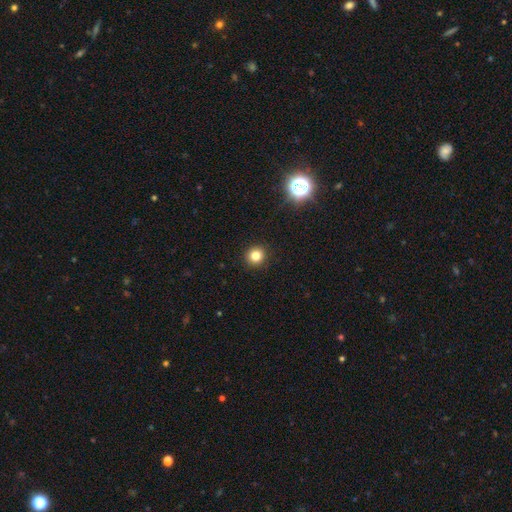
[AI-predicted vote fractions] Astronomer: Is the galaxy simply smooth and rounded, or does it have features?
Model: smooth — 81%.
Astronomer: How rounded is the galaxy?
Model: round — 93%.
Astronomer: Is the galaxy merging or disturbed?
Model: none — 92%.